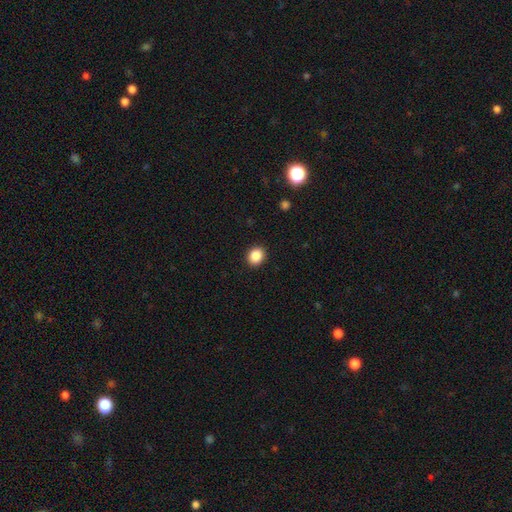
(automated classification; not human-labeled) Smooth or featured?
  - smooth: 88% *
  - star or artifact: 9%
  - featured or disk: 3%
How rounded?
  - round: 69% *
  - in between: 30%
  - cigar-shaped: 1%
Merging?
  - none: 91% *
  - minor disturbance: 6%
  - major disturbance: 2%
  - merger: 1%